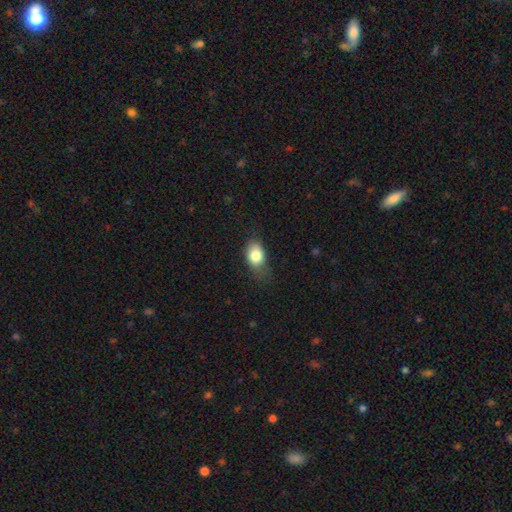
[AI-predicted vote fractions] smooth_or_featured: smooth (p=0.81) [alt: featured or disk p=0.10]
how_rounded: in between (p=0.83) [alt: round p=0.15]
merging: none (p=0.54) [alt: minor disturbance p=0.34]